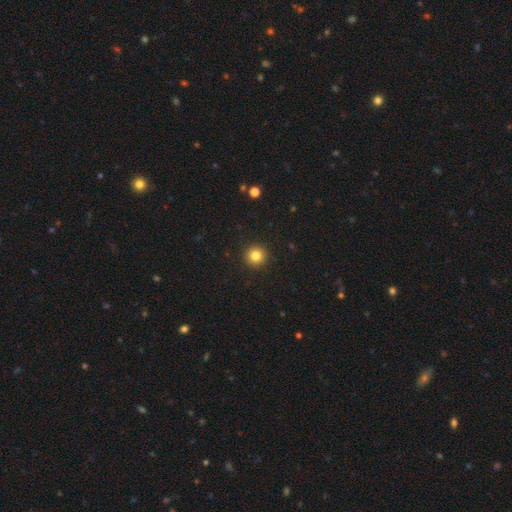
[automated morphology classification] A smooth galaxy with no disk features (82%) that is round (96%).

Vote fractions:
- Smooth or featured? smooth: 82% / star or artifact: 12% / featured or disk: 5%
- How rounded? round: 96% / in between: 4% / cigar-shaped: 1%
- Merging? none: 93% / minor disturbance: 4% / major disturbance: 2% / merger: 1%